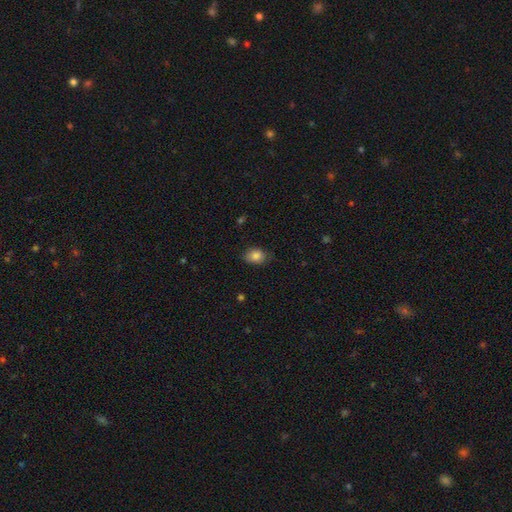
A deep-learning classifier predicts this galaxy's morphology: This appears to be a smooth galaxy with no disk features (85%) that is in between round and cigar-shaped (67%). Merging: none (76%).